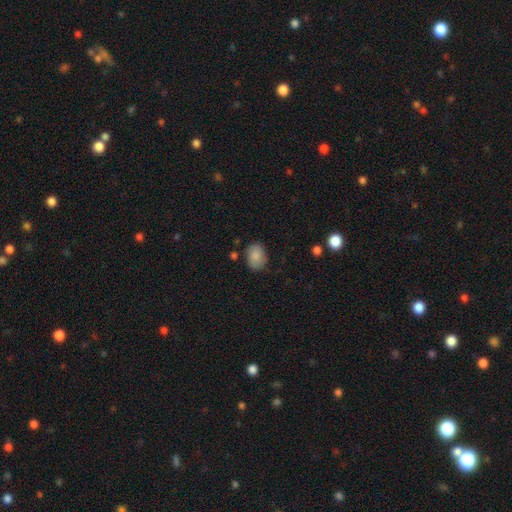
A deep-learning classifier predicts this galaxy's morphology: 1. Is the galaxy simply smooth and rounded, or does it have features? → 87% smooth, 7% star or artifact, 6% featured or disk.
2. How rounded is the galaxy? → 75% in between, 24% round, 1% cigar-shaped.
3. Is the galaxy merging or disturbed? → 76% none, 16% minor disturbance, 4% major disturbance, 3% merger.